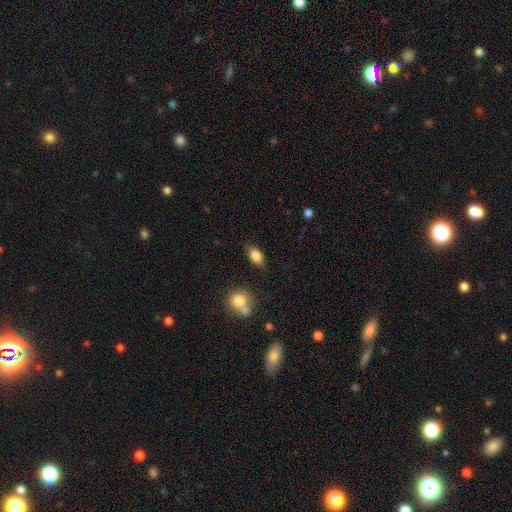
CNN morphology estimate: A smooth galaxy with no disk features (83%) that is in between round and cigar-shaped (86%). Merging: none (80%).